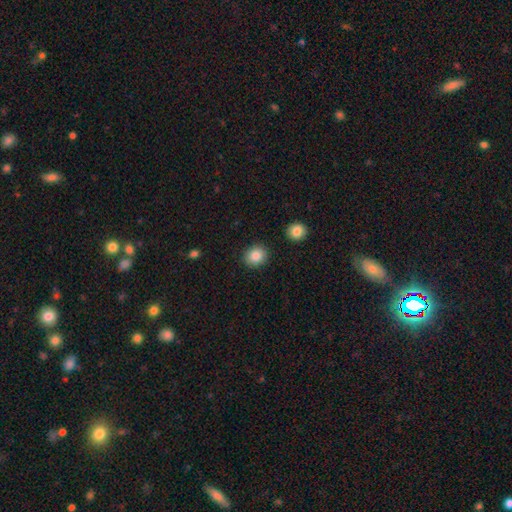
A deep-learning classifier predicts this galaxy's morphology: type=smooth (86%); roundness=round (70%); merging=none (88%).